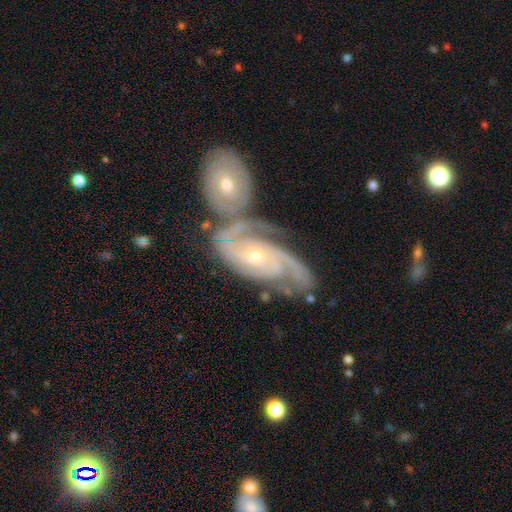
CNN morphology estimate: Smooth or featured?
  - featured or disk: 89% *
  - smooth: 6%
  - star or artifact: 5%
Edge-on disk?
  - no: 95% *
  - yes: 5%
Bar?
  - no: 66% *
  - weak: 27%
  - strong: 7%
Spiral arms?
  - yes: 97% *
  - no: 3%
Spiral winding?
  - tight: 60% *
  - medium: 33%
  - loose: 7%
Spiral arm count?
  - 2: 30% *
  - 3: 29%
  - can't tell: 21%
  - 4: 9%
  - 1: 5%
  - more than 4: 5%
Bulge size?
  - small: 57% *
  - moderate: 40%
  - large: 1%
  - none: 1%
  - dominant: 1%
Merging?
  - merger: 39% *
  - none: 37%
  - minor disturbance: 15%
  - major disturbance: 9%